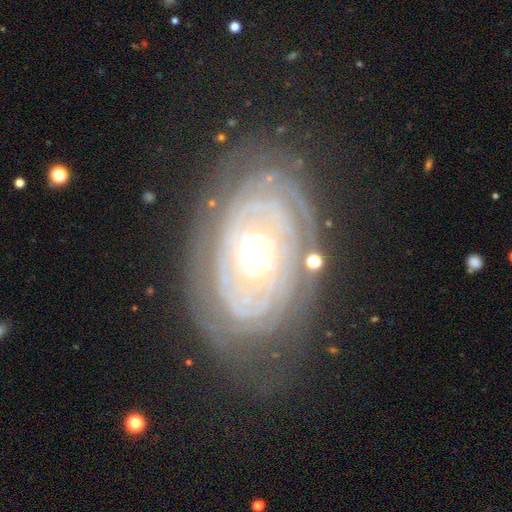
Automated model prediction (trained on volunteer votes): The model was most divided on "spiral arm count": can't tell: 42%, 2: 20%, 3: 13%, more than 4: 10%, 4: 9%, 1: 6%. More confident: edge-on disk — no (94%); spiral arms — yes (86%); smooth or featured — featured or disk (85%); spiral winding — tight (81%); merging — none (73%); bar — no (71%); bulge size — moderate (67%).